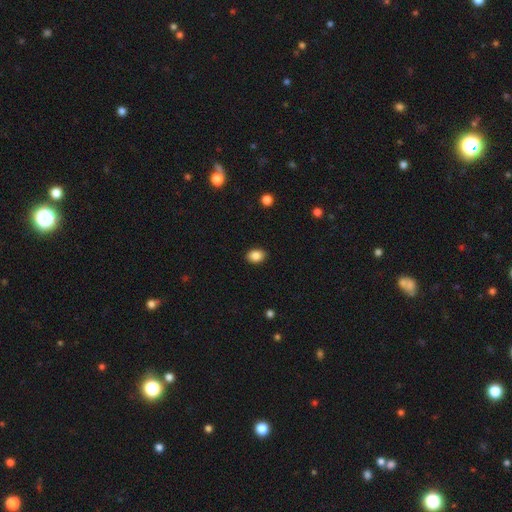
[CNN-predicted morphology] Overall: smooth (87%). How rounded: in between (76%). Merging: none (89%).